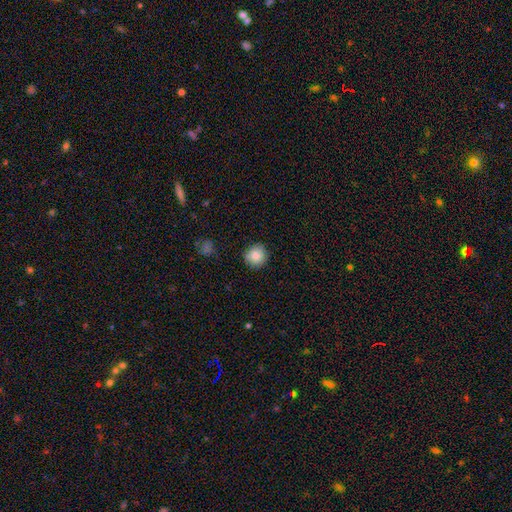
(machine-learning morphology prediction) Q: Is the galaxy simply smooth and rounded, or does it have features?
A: smooth — 85%.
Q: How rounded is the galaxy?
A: round — 90%.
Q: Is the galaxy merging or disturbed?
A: none — 85%.